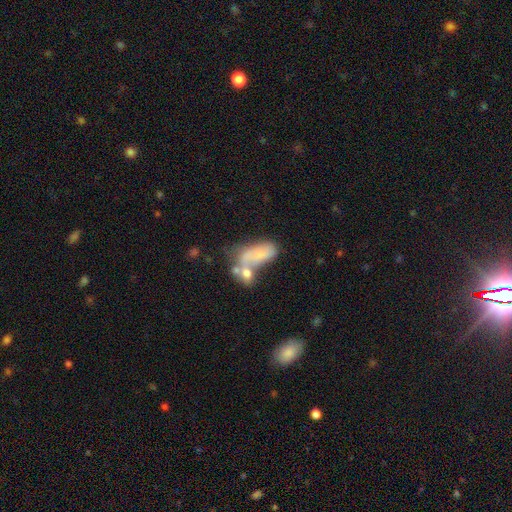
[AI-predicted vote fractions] Smooth or featured?
  - smooth: 54% *
  - featured or disk: 35%
  - star or artifact: 12%
How rounded?
  - in between: 83% *
  - cigar-shaped: 10%
  - round: 6%
Merging?
  - merger: 51% *
  - none: 19%
  - major disturbance: 16%
  - minor disturbance: 14%